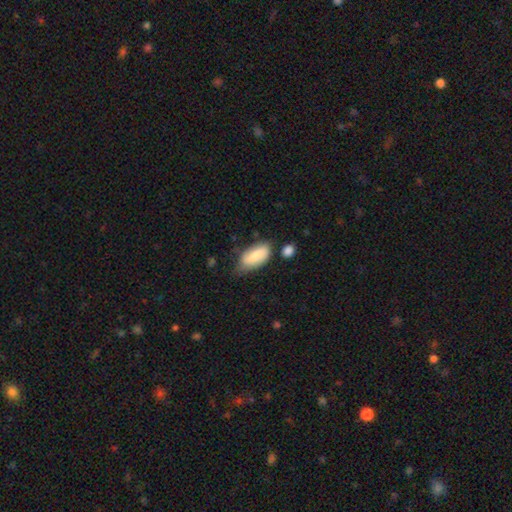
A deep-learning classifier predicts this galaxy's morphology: smooth-or-featured: smooth: 74% | featured or disk: 19% | star or artifact: 6%
  how-rounded: in between: 89% | cigar-shaped: 8% | round: 3%
  merging: none: 56% | minor disturbance: 30% | major disturbance: 8% | merger: 6%